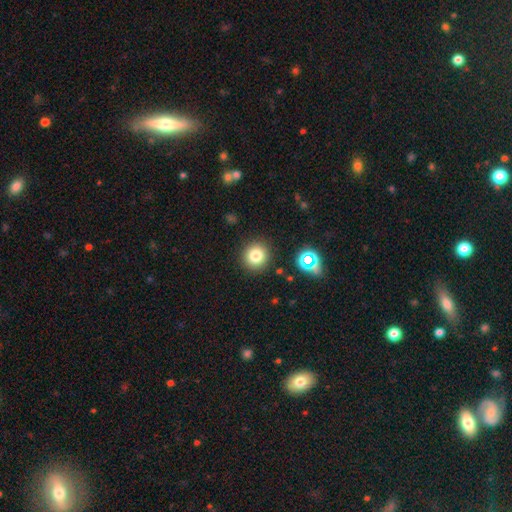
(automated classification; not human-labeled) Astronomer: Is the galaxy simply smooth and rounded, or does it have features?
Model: smooth — 79%.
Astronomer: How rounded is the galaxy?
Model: round — 92%.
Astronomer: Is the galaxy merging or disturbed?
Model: none — 89%.